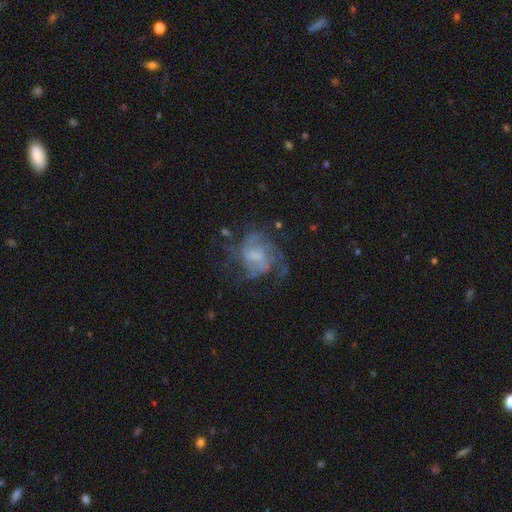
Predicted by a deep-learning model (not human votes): The model was most divided on "bulge size" (2-way tie): small: 31%, none: 31%, moderate: 30%, large: 7%, dominant: 1%. Remaining: edge-on disk — no (98%); spiral arms — yes (66%); smooth or featured — featured or disk (66%); bar — no (50%); merging — none (49%).